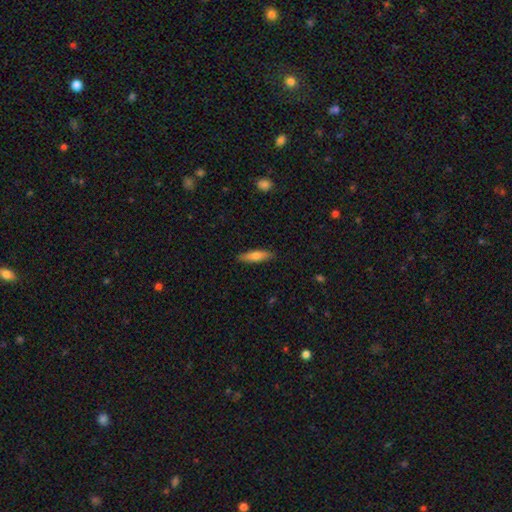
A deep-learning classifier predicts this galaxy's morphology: This is likely a smooth galaxy (70%). How rounded: likely cigar-shaped (67%). Merging: clearly none (88%).